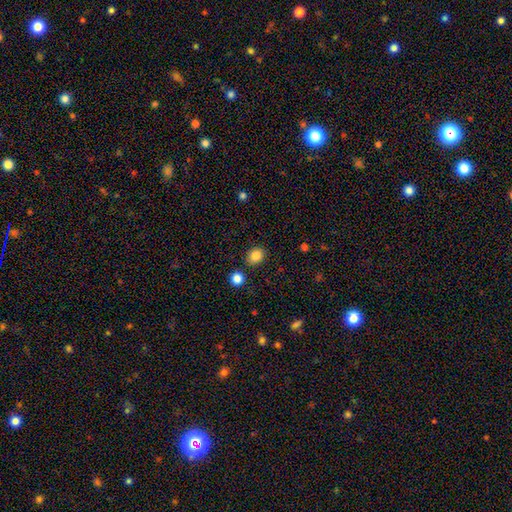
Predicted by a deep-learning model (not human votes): Q: Smooth or featured?
A: smooth (86%); runner-up: star or artifact (10%)
Q: How rounded?
A: round (64%); runner-up: in between (35%)
Q: Merging?
A: none (85%); runner-up: minor disturbance (9%)